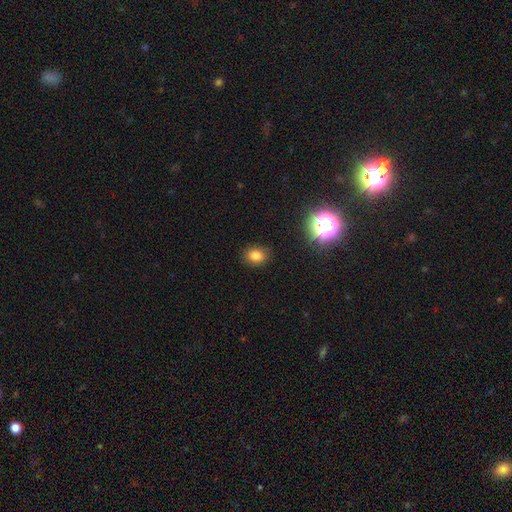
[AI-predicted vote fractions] smooth 79%, star or artifact 15%, featured or disk 6%. Down the decision tree: how rounded — in between (55%); merging — none (84%).